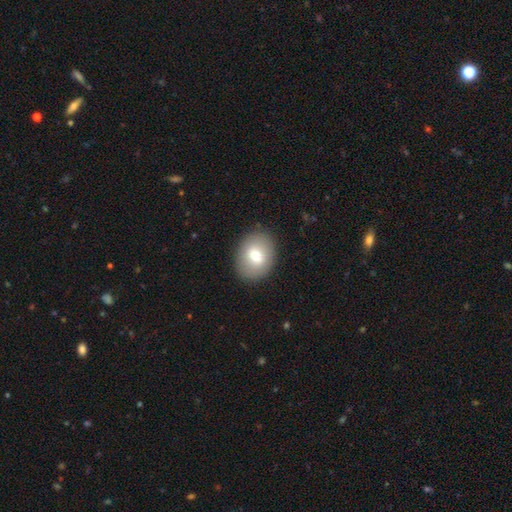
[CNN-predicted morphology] A smooth galaxy with no disk features (72%) that is in between round and cigar-shaped (56%).

Vote fractions:
- Smooth or featured? smooth: 72% / featured or disk: 20% / star or artifact: 8%
- How rounded? in between: 56% / round: 43% / cigar-shaped: 1%
- Merging? none: 88% / minor disturbance: 8% / major disturbance: 3% / merger: 1%